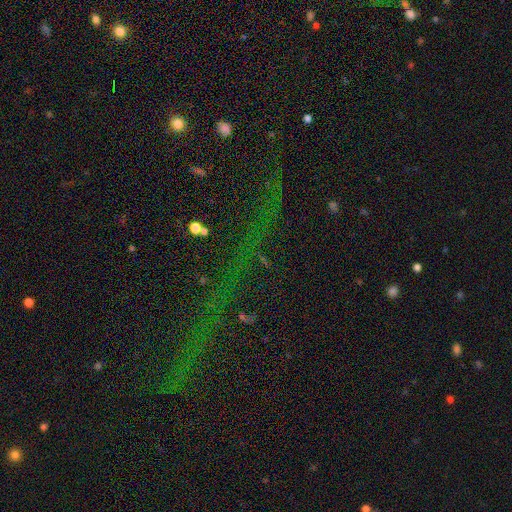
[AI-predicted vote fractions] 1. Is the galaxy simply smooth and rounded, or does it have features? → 73% star or artifact, 15% smooth, 12% featured or disk.